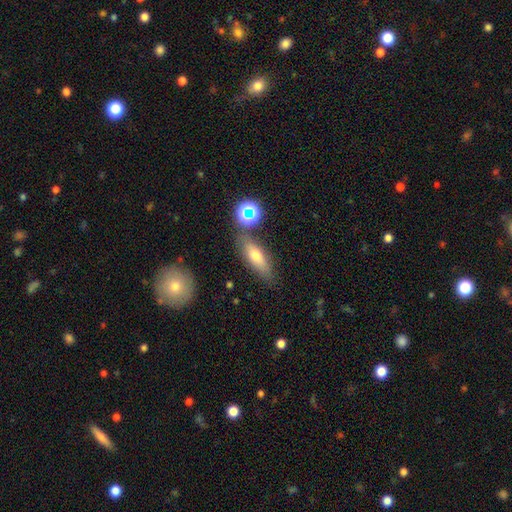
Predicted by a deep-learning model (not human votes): Q: Smooth or featured?
A: smooth (62%); runner-up: featured or disk (25%)
Q: How rounded?
A: in between (56%); runner-up: cigar-shaped (38%)
Q: Merging?
A: none (73%); runner-up: minor disturbance (14%)